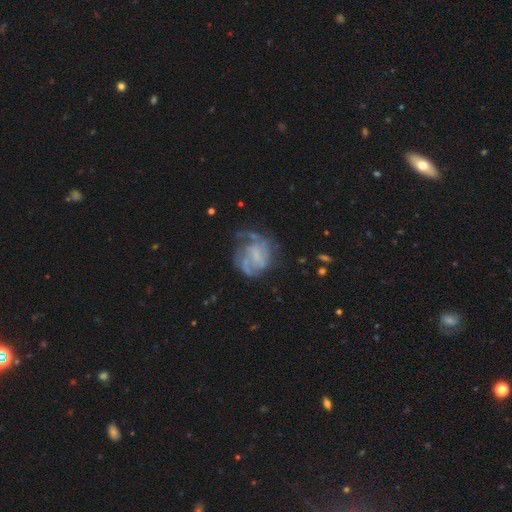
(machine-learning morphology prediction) type=featured or disk (74%); edge-on=no (98%); bar=no (45%); spiral arms=yes (79%); winding=medium (40%); arm count=can't tell (35%); bulge=none (52%); merging=none (48%).